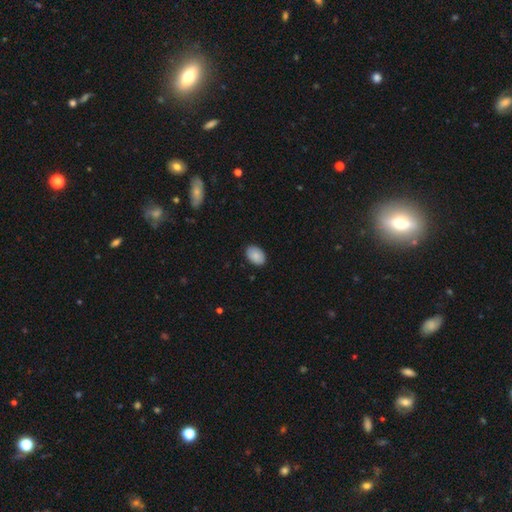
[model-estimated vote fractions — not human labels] Overall: smooth (88%). How rounded: in between (88%). Merging: none (88%).